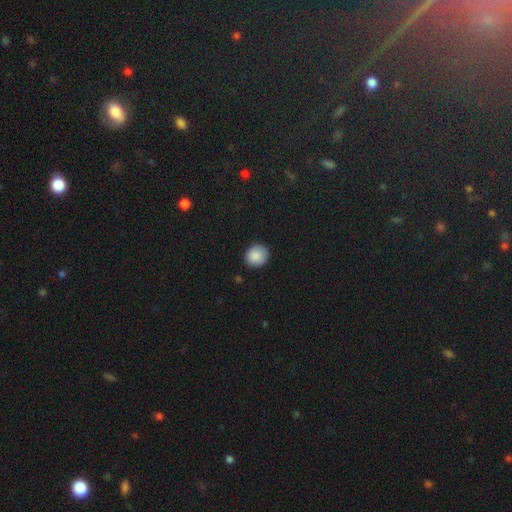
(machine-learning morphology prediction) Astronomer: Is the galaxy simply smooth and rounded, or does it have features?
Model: smooth — 88%.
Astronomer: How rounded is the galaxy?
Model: round — 83%.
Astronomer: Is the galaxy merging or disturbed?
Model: none — 87%.